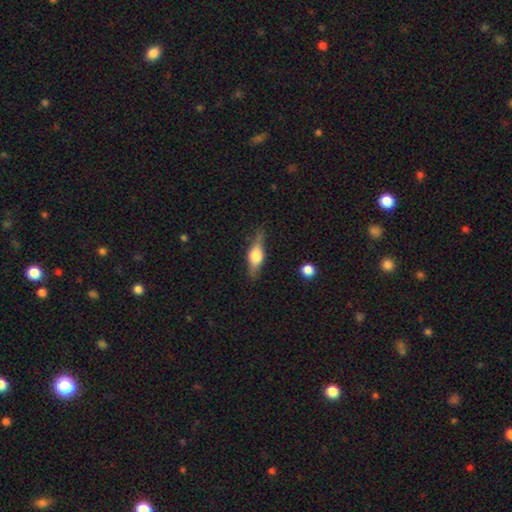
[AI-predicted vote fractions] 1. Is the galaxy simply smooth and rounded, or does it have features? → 59% featured or disk, 34% smooth, 7% star or artifact.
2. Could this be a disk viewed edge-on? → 93% yes, 7% no.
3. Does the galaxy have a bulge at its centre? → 91% rounded, 7% boxy, 2% none.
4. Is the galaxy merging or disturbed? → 80% none, 14% minor disturbance, 4% major disturbance, 2% merger.